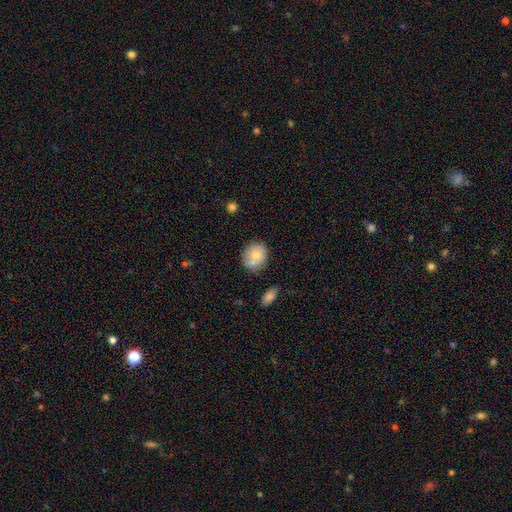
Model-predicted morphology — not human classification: smooth 74%, featured or disk 18%, star or artifact 8%. Down the decision tree: how rounded — round (73%); merging — none (59%).